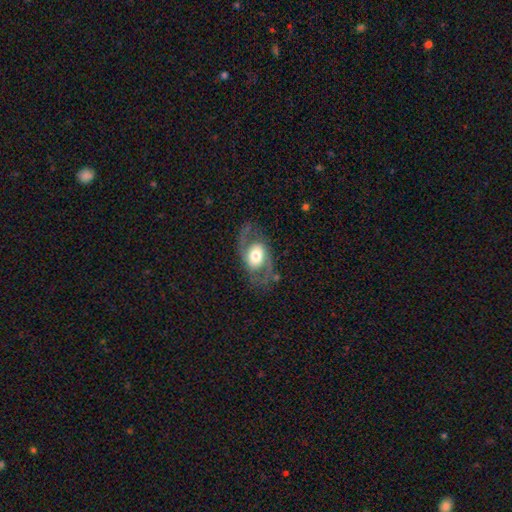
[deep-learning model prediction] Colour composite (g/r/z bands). It shows a featured or disk galaxy (76%) with no bar (62%), 2 (91%) medium (50%) spiral arms (84%) and a moderate central bulge (51%). Merging: none (73%).